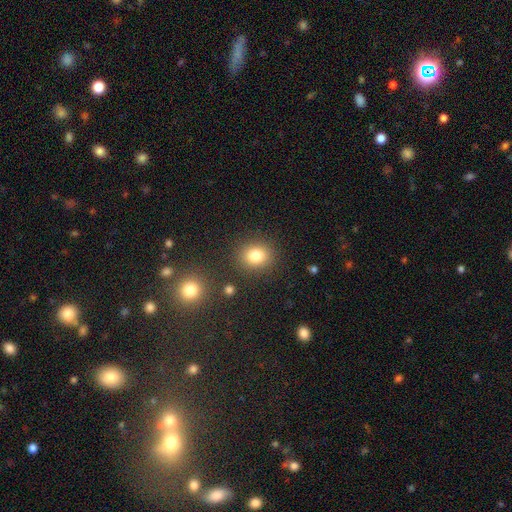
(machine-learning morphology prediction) This appears to be a smooth galaxy with no disk features (80%) that is round (72%). Merging: none (85%).